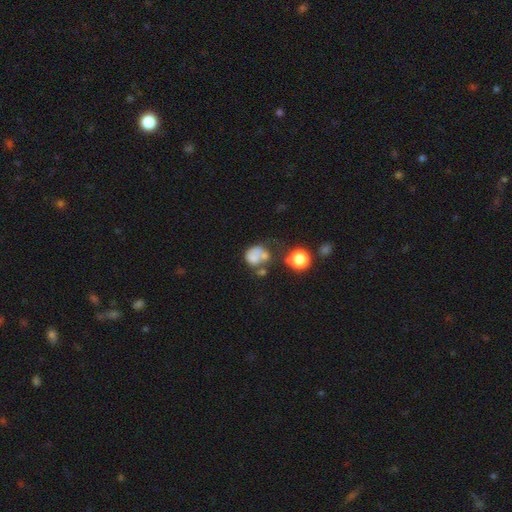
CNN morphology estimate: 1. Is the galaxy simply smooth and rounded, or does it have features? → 56% smooth, 30% featured or disk, 14% star or artifact.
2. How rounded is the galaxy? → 61% round, 38% in between, 1% cigar-shaped.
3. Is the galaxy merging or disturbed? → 30% merger, 27% none, 23% major disturbance, 19% minor disturbance.